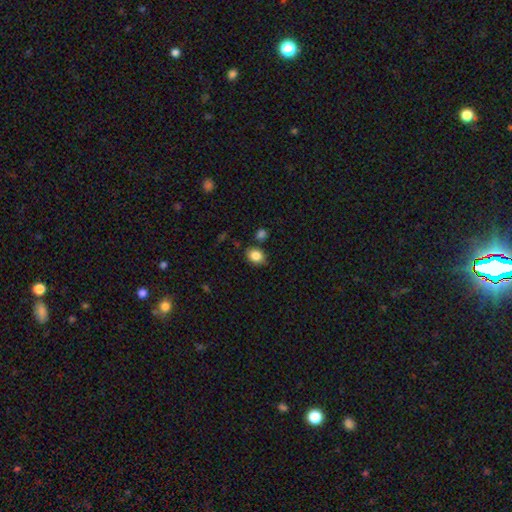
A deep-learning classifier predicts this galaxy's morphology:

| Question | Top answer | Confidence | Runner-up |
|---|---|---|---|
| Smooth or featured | smooth | 85% | star or artifact (9%) |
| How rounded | in between | 57% | round (42%) |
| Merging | none | 78% | minor disturbance (13%) |